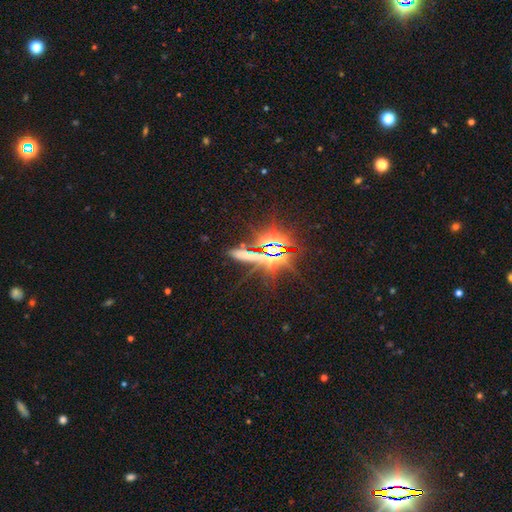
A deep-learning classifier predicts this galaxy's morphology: Smooth or featured?
  - star or artifact: 79% *
  - featured or disk: 12%
  - smooth: 10%